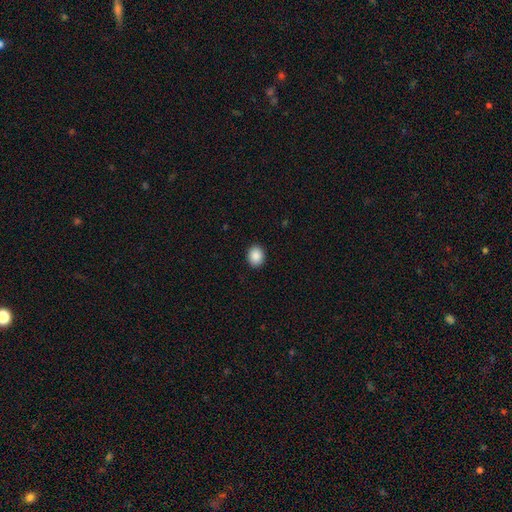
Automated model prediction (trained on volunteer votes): This is clearly a smooth galaxy (89%). How rounded: possibly round (59%). Merging: clearly none (91%).